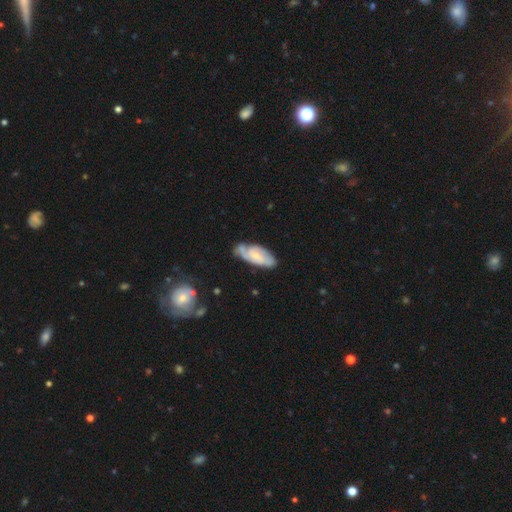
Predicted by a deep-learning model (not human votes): featured or disk 61%, smooth 33%, star or artifact 6%. Down the decision tree: edge-on disk — no (91%); bar — no (57%); spiral arms — yes (86%); bulge size — small (61%); merging — none (54%).